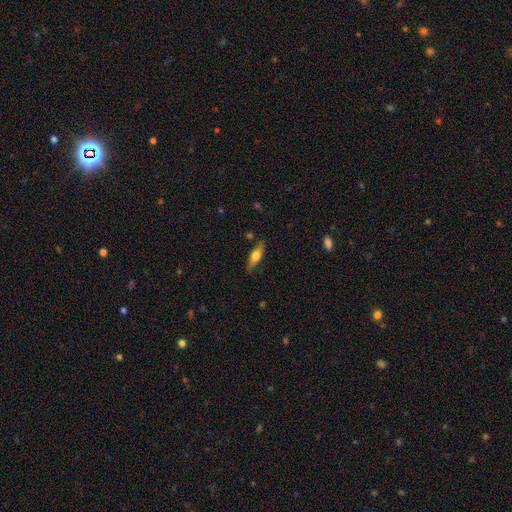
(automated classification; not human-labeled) Smooth or featured? Predicted: smooth (p=0.48). Merging? Predicted: none (p=0.84).